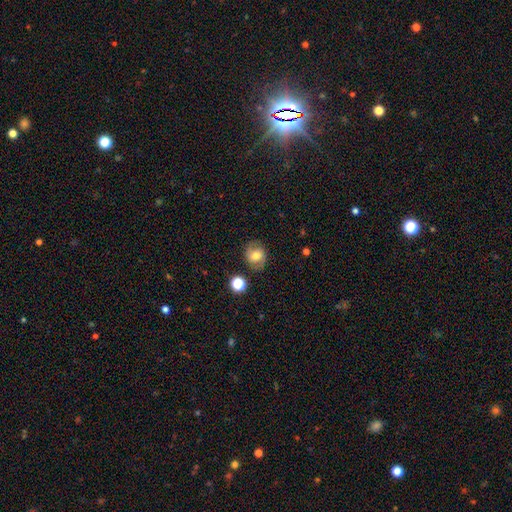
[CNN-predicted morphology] This appears to be a smooth galaxy with no disk features (55%) that is round (67%). Merging: none (80%).